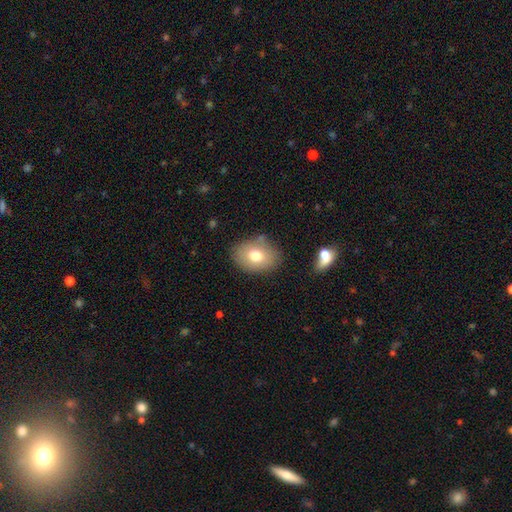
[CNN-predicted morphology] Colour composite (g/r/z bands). It shows a smooth galaxy with no disk features (73%) that is in between round and cigar-shaped (68%). Merging: none (78%).